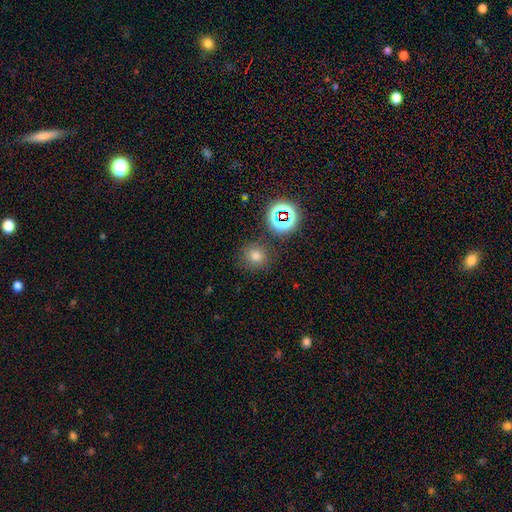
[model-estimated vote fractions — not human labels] The model was most divided on "smooth or featured": smooth: 71%, star or artifact: 22%, featured or disk: 7%. More confident: how rounded — round (89%); merging — none (85%).